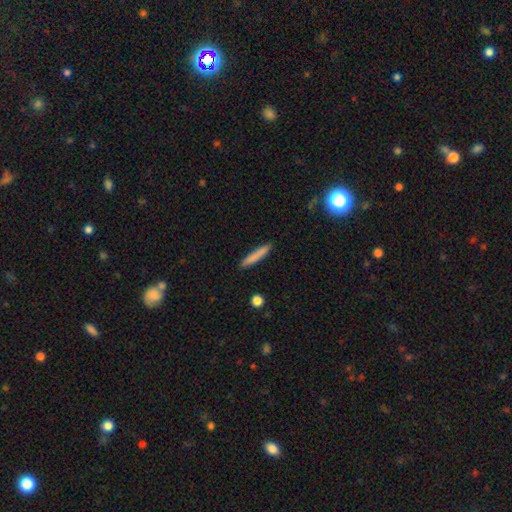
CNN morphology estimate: Overall: smooth (80%). How rounded: cigar-shaped (94%). Merging: none (91%).